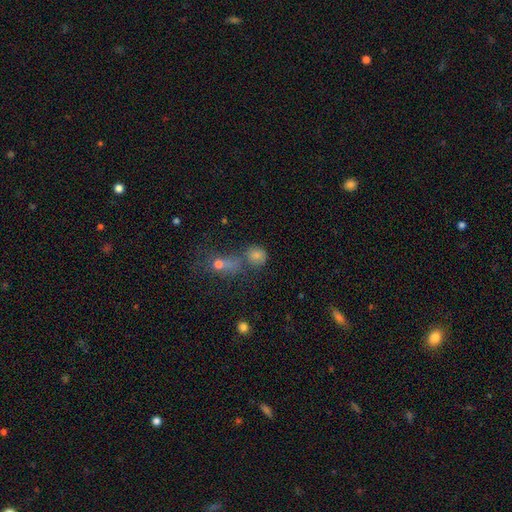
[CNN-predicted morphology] smooth 76%, star or artifact 15%, featured or disk 9%. Down the decision tree: how rounded — round (79%); merging — none (54%).